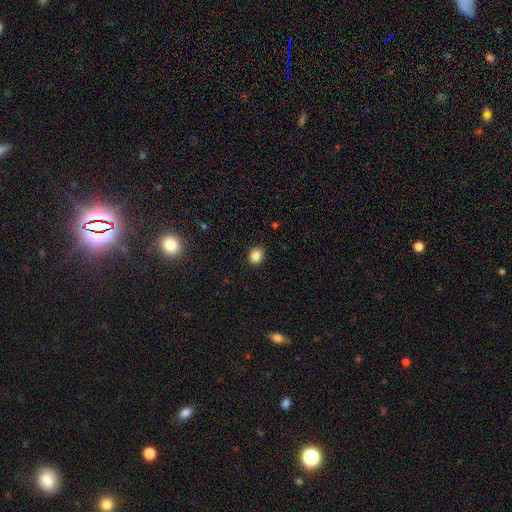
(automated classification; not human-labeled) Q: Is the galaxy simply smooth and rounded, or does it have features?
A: smooth — 86%.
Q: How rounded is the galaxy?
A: round — 62%.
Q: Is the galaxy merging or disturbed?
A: none — 88%.